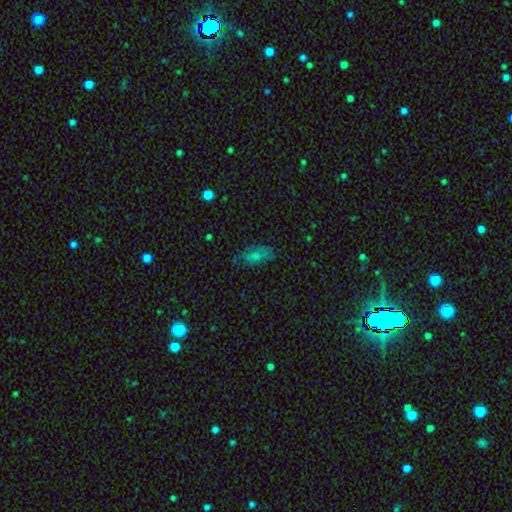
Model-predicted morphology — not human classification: type=smooth (71%); roundness=in between (84%); merging=none (61%).